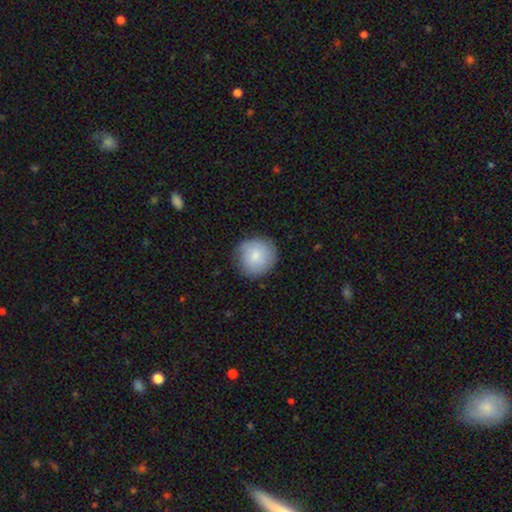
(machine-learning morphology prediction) Smooth or featured?
  - smooth: 80% *
  - featured or disk: 14%
  - star or artifact: 6%
How rounded?
  - round: 93% *
  - in between: 6%
  - cigar-shaped: 1%
Merging?
  - none: 81% *
  - minor disturbance: 15%
  - major disturbance: 3%
  - merger: 1%